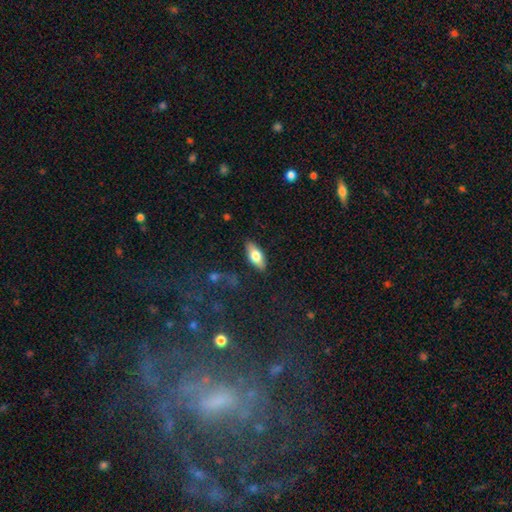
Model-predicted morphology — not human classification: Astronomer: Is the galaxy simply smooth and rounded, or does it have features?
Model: smooth — 64%.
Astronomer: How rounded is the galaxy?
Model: in between — 77%.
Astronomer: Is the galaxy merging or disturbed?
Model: none — 87%.